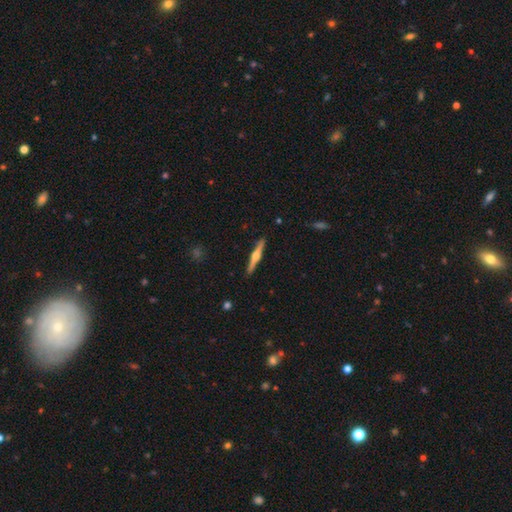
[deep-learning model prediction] Smooth or featured? featured or disk (72%)
Edge-on disk? yes (98%)
Edge-on bulge? rounded (93%)
Merging? none (92%)